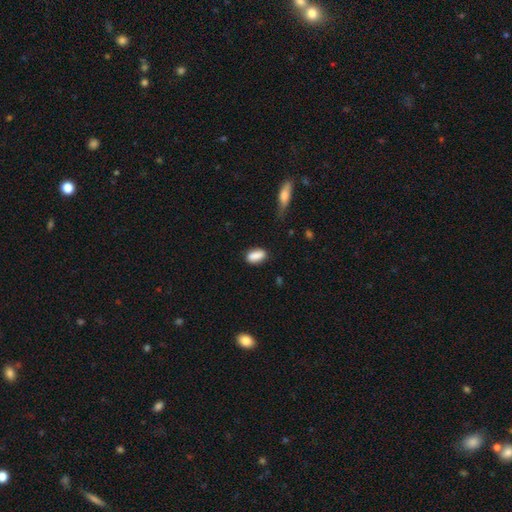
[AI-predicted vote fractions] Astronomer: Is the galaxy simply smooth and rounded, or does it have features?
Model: smooth — 86%.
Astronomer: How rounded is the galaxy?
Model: in between — 86%.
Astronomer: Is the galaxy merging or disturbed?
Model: none — 77%.